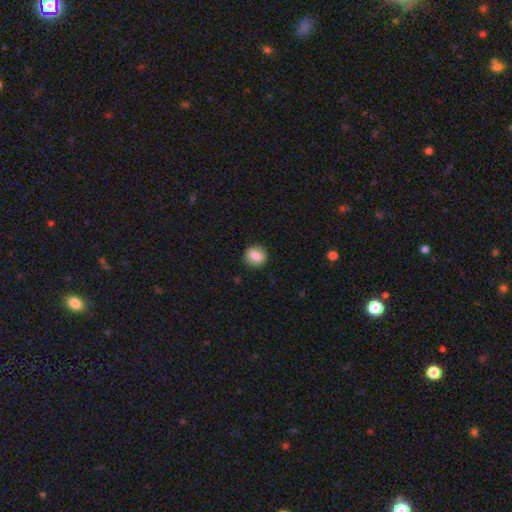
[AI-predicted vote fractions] Smooth or featured: smooth — 80% (featured or disk — 11%)
How rounded: round — 81% (in between — 18%)
Merging: none — 88% (minor disturbance — 9%)